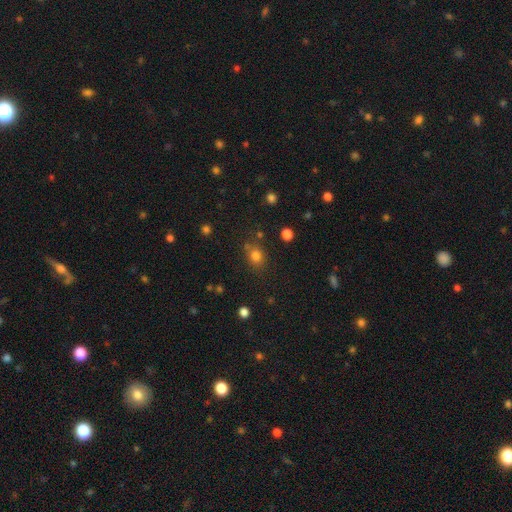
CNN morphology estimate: smooth_or_featured: smooth (p=0.78) [alt: star or artifact p=0.15]
how_rounded: round (p=0.60) [alt: in between p=0.39]
merging: none (p=0.73) [alt: minor disturbance p=0.15]